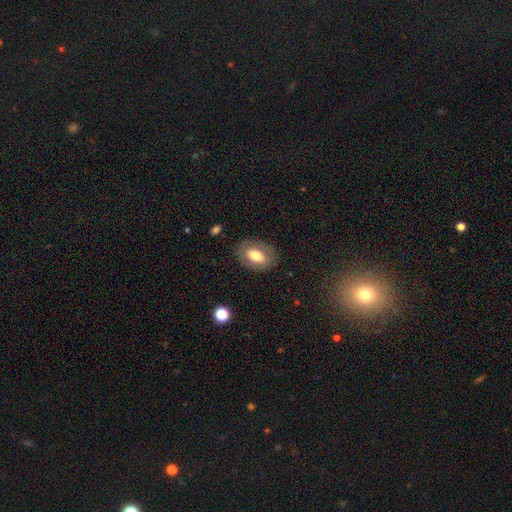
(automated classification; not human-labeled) The model was most divided on "smooth or featured": smooth: 66%, featured or disk: 27%, star or artifact: 7%. More confident: how rounded — in between (87%); merging — none (84%).